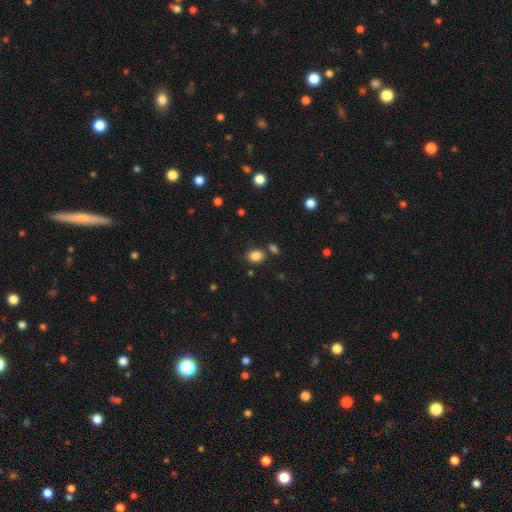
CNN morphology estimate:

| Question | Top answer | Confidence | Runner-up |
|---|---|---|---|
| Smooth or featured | smooth | 85% | star or artifact (11%) |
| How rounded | in between | 61% | round (38%) |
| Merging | none | 76% | minor disturbance (11%) |